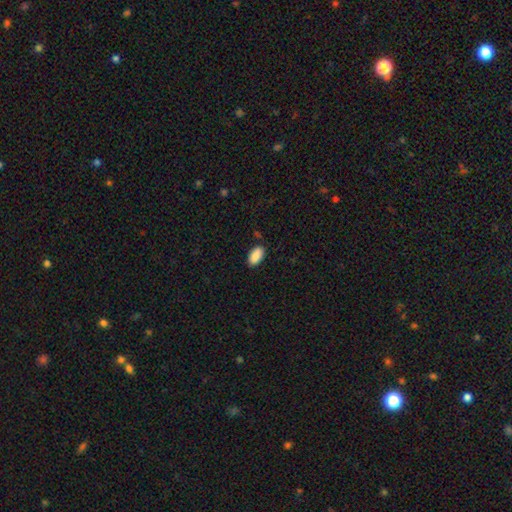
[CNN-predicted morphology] Overall: smooth (90%). How rounded: in between (94%). Merging: none (84%).